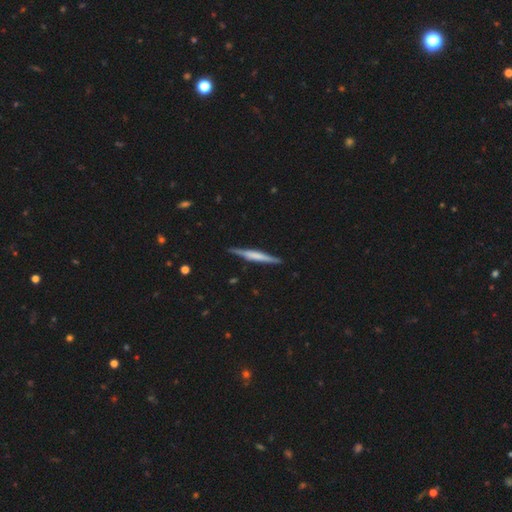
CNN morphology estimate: Smooth or featured: featured or disk — 62% (smooth — 33%)
Edge-on disk: yes — 98% (no — 2%)
Edge-on bulge: boxy — 40% (rounded — 31%)
Merging: none — 89% (minor disturbance — 8%)